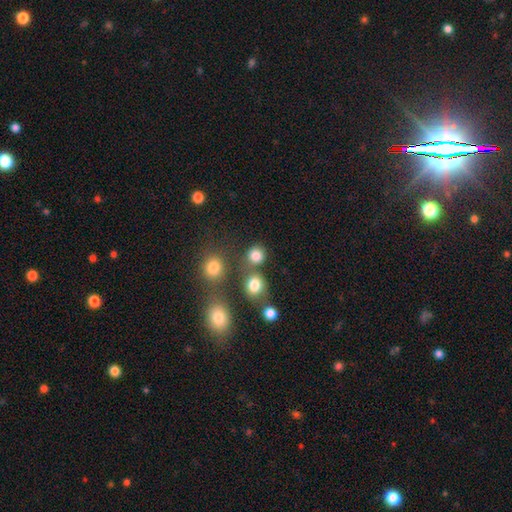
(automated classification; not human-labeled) This is clearly a smooth galaxy (82%). How rounded: clearly round (87%). Merging: likely none (71%).